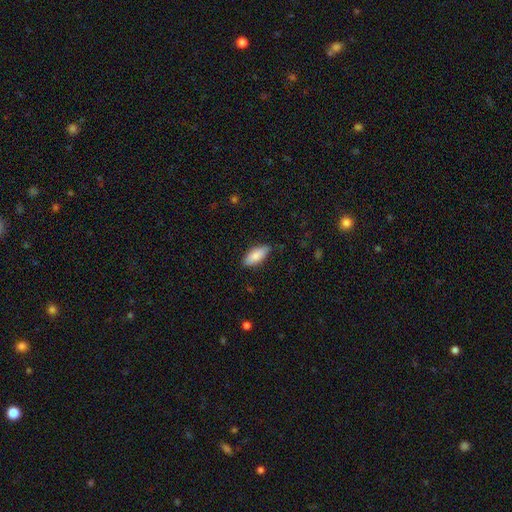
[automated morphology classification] This appears to be a smooth galaxy with no disk features (83%) that is in between round and cigar-shaped (82%). Merging: none (79%).